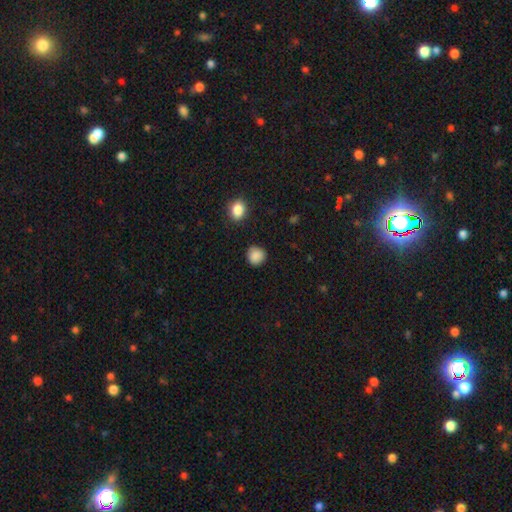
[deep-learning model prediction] Smooth or featured?
  - smooth: 88% *
  - star or artifact: 9%
  - featured or disk: 3%
How rounded?
  - round: 87% *
  - in between: 12%
  - cigar-shaped: 1%
Merging?
  - none: 84% *
  - minor disturbance: 11%
  - major disturbance: 3%
  - merger: 2%